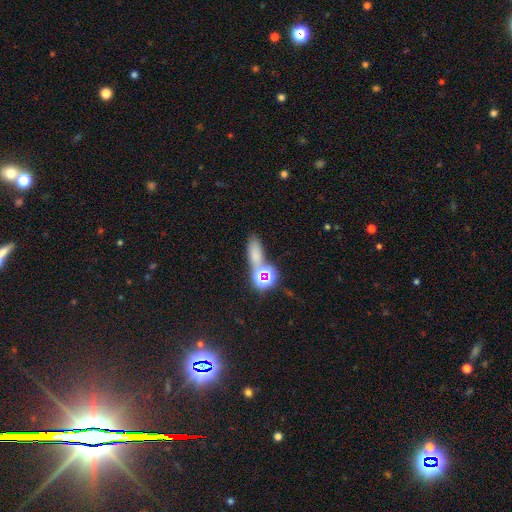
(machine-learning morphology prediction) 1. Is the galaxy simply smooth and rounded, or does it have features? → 63% smooth, 27% star or artifact, 10% featured or disk.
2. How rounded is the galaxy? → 63% in between, 21% cigar-shaped, 17% round.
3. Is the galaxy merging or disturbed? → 60% none, 23% merger, 12% minor disturbance, 6% major disturbance.